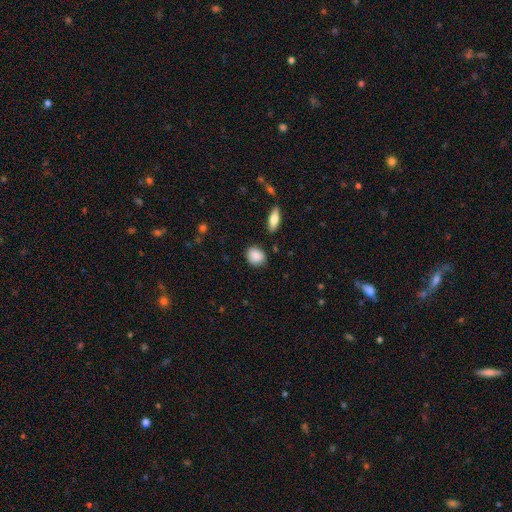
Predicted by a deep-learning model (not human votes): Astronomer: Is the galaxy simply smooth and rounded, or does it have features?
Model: smooth — 86%.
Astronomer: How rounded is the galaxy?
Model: round — 61% (runner-up: in between, 37%).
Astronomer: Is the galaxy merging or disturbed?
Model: none — 82%.